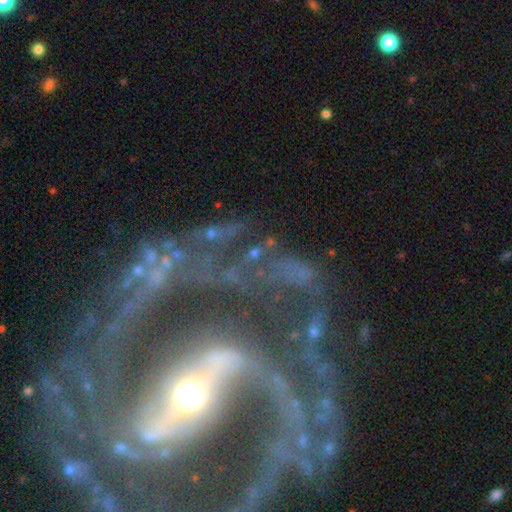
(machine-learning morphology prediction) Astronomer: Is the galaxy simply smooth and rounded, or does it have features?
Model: featured or disk — 88%.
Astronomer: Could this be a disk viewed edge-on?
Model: no — 94%.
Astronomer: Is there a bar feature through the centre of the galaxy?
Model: strong — 66%.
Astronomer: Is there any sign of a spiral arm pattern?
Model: yes — 91%.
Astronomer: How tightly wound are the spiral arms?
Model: medium — 42% (runner-up: loose, 37%).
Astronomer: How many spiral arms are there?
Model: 2 — 72%.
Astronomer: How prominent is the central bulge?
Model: moderate — 53% (runner-up: small, 32%).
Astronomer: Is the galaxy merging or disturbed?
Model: none — 56%.